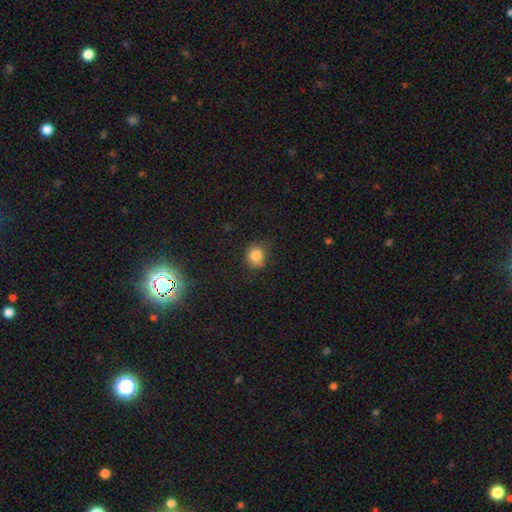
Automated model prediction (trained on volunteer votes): A smooth galaxy with no disk features (83%) that is round (80%).

Vote fractions:
- Smooth or featured? smooth: 83% / star or artifact: 11% / featured or disk: 6%
- How rounded? round: 80% / in between: 19% / cigar-shaped: 1%
- Merging? none: 81% / minor disturbance: 14% / major disturbance: 3% / merger: 1%